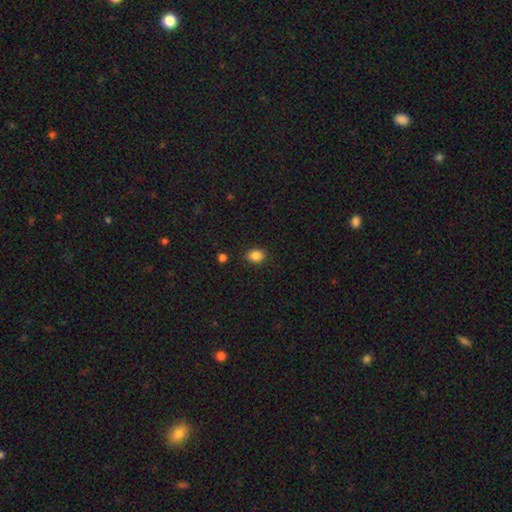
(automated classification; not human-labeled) smooth-or-featured: smooth: 86% | star or artifact: 10% | featured or disk: 3%
  how-rounded: in between: 60% | round: 39% | cigar-shaped: 1%
  merging: none: 86% | minor disturbance: 9% | major disturbance: 3% | merger: 2%